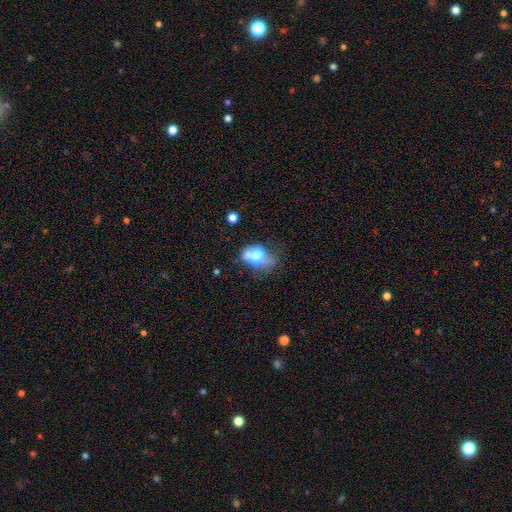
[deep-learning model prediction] Smooth or featured? Predicted: smooth (p=0.62). How rounded? Predicted: in between (p=0.71). Merging? Predicted: none (p=0.32).